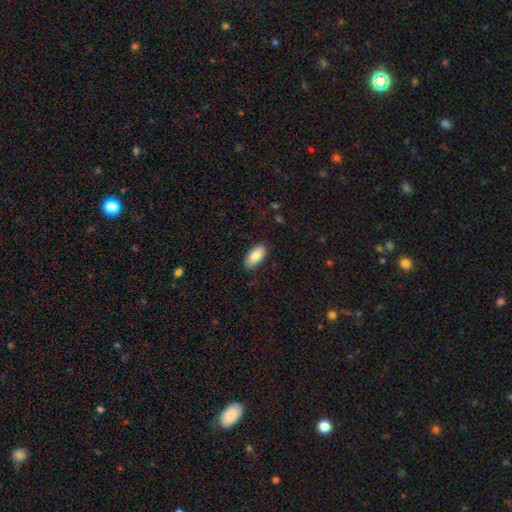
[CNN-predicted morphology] smooth_or_featured: smooth (p=0.86) [alt: featured or disk p=0.08]
how_rounded: in between (p=0.92) [alt: cigar-shaped p=0.06]
merging: none (p=0.84) [alt: minor disturbance p=0.13]